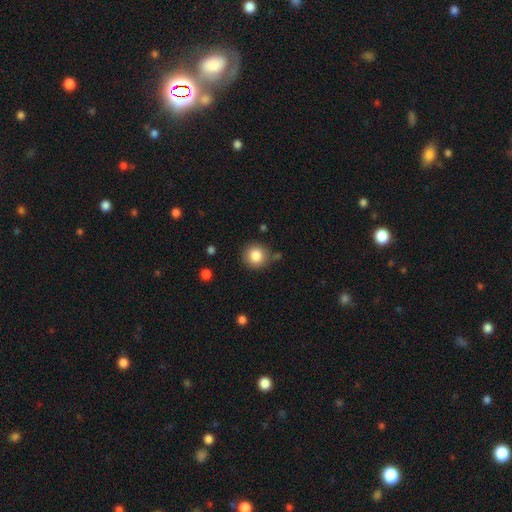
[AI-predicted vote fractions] This is clearly a smooth galaxy (85%). How rounded: clearly round (92%). Merging: likely none (80%).